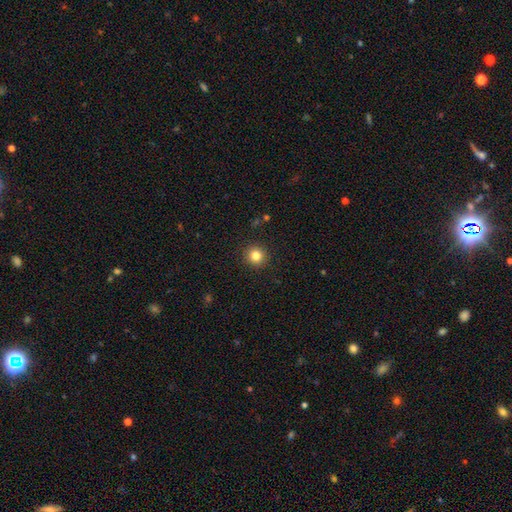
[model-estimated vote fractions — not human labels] This appears to be a smooth galaxy with no disk features (83%) that is round (95%). Merging: none (92%).